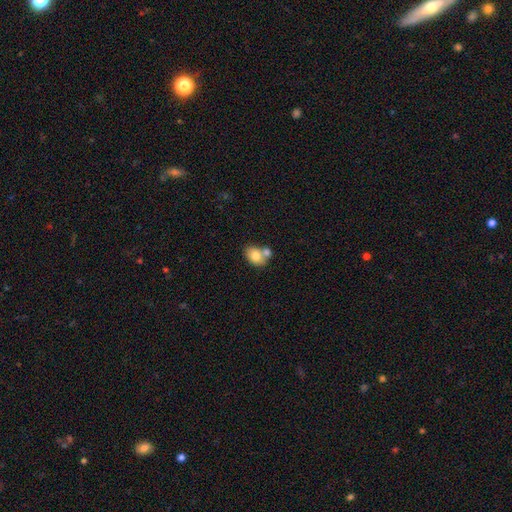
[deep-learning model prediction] A smooth galaxy with no disk features (77%) that is in between round and cigar-shaped (73%).

Vote fractions:
- Smooth or featured? smooth: 77% / featured or disk: 15% / star or artifact: 8%
- How rounded? in between: 73% / round: 26% / cigar-shaped: 1%
- Merging? merger: 46% / none: 39% / minor disturbance: 12% / major disturbance: 4%